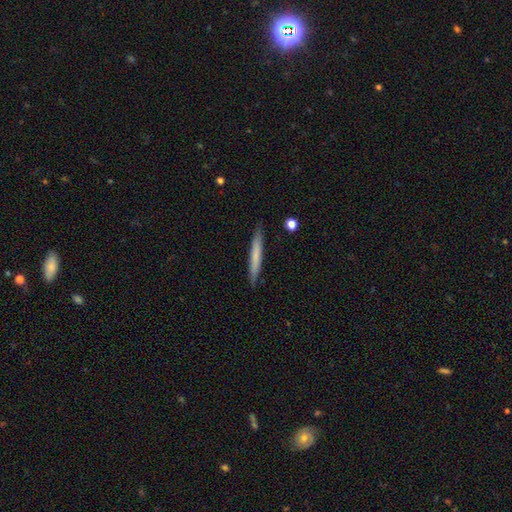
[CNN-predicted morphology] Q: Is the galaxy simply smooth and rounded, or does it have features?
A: smooth — 67%.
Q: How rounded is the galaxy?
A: cigar-shaped — 96%.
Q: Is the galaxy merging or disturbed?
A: none — 89%.